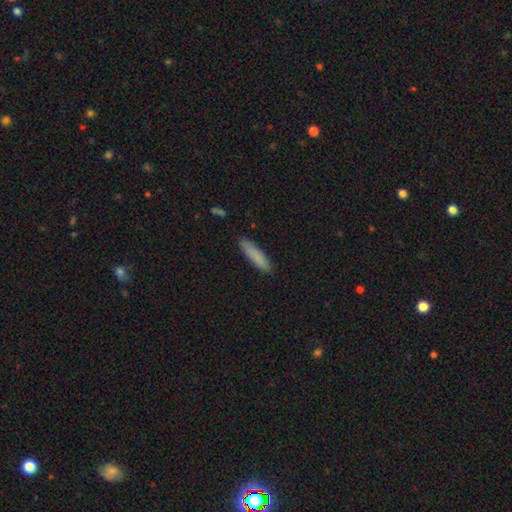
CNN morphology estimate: This appears to be a smooth galaxy with no disk features (86%) that is cigar-shaped (81%). Merging: none (87%).